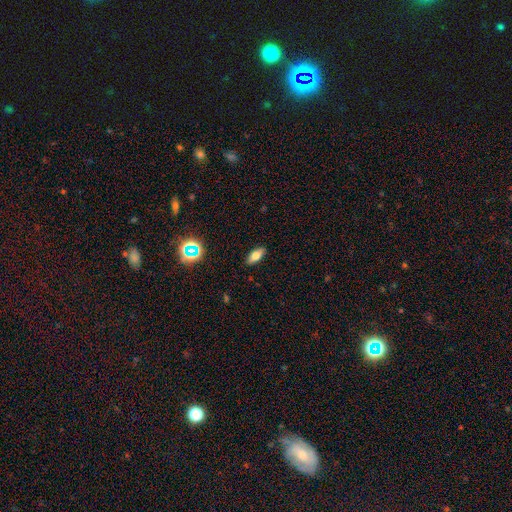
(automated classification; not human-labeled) Smooth or featured? smooth (66%)
How rounded? in between (78%)
Merging? none (88%)